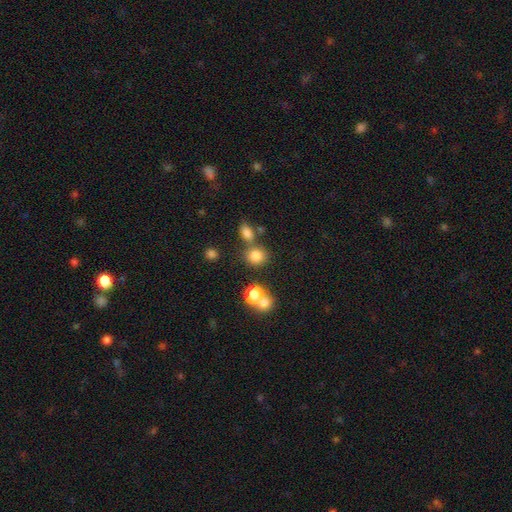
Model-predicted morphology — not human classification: smooth 80%, star or artifact 14%, featured or disk 6%. Down the decision tree: how rounded — round (75%); merging — none (63%).